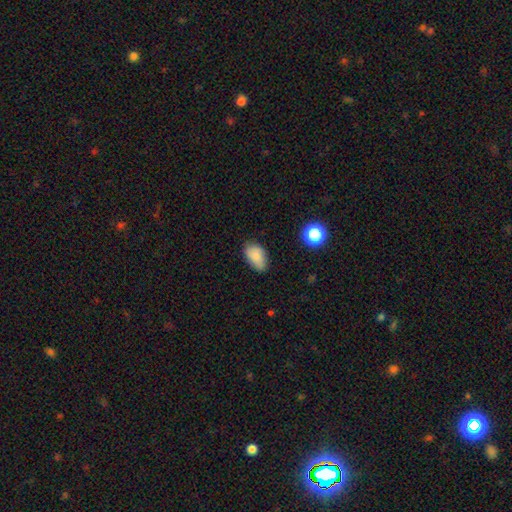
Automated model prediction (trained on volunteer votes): Smooth or featured?
  - smooth: 85% *
  - star or artifact: 9%
  - featured or disk: 6%
How rounded?
  - in between: 89% *
  - round: 9%
  - cigar-shaped: 2%
Merging?
  - none: 67% *
  - minor disturbance: 26%
  - major disturbance: 5%
  - merger: 2%